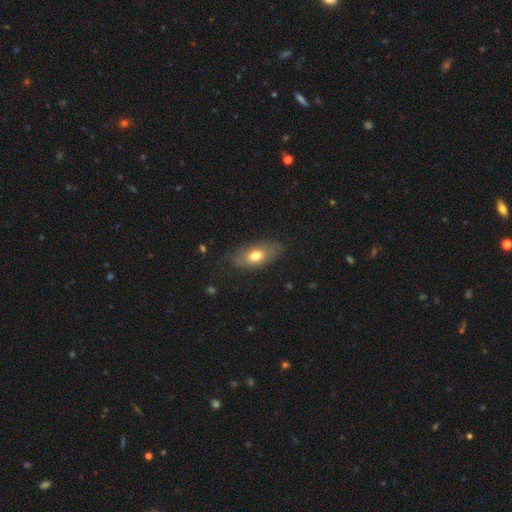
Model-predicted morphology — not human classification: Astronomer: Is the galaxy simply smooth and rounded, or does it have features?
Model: smooth — 67%.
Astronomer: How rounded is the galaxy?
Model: in between — 87%.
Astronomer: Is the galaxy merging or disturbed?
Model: none — 75%.